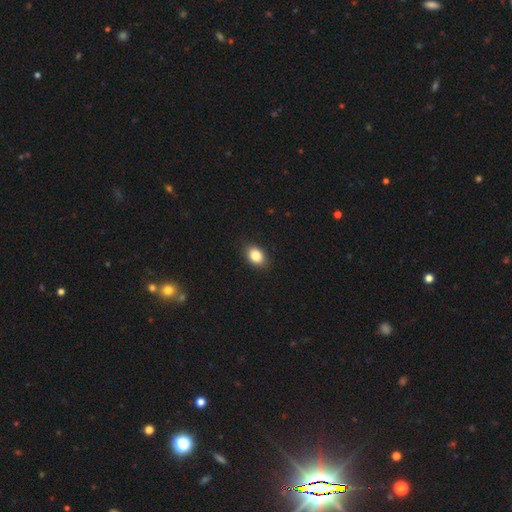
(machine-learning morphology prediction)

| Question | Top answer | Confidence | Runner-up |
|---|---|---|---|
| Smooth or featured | smooth | 86% | star or artifact (8%) |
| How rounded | in between | 76% | round (23%) |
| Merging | none | 88% | minor disturbance (9%) |